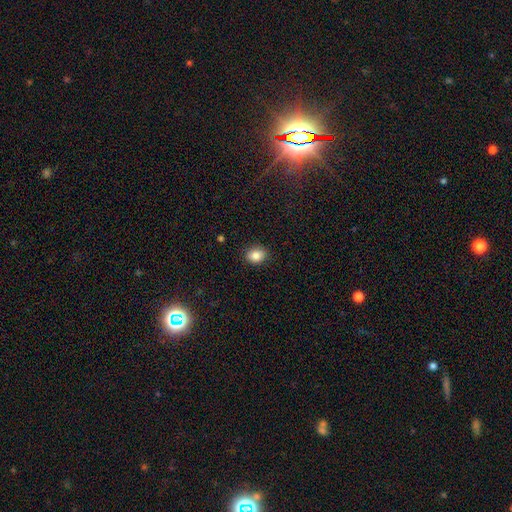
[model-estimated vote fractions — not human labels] Smooth or featured?
  - smooth: 85% *
  - star or artifact: 9%
  - featured or disk: 5%
How rounded?
  - in between: 51% *
  - round: 48%
  - cigar-shaped: 1%
Merging?
  - none: 89% *
  - minor disturbance: 8%
  - major disturbance: 2%
  - merger: 1%